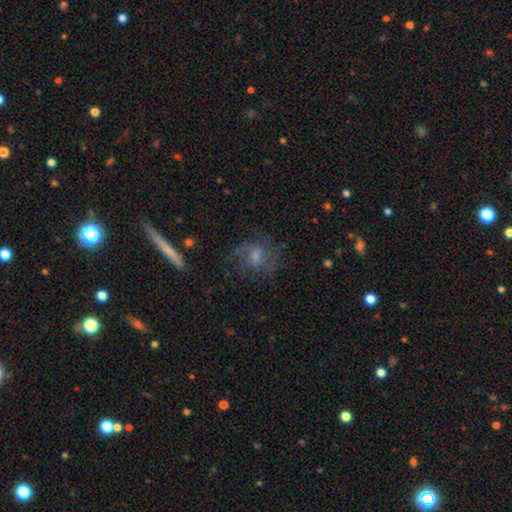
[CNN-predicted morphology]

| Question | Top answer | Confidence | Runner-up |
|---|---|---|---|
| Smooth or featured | featured or disk | 60% | smooth (28%) |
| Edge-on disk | no | 93% | yes (7%) |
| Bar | no | 46% | weak (42%) |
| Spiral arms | yes | 81% | no (19%) |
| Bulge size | moderate | 45% | small (29%) |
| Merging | none | 64% | minor disturbance (18%) |